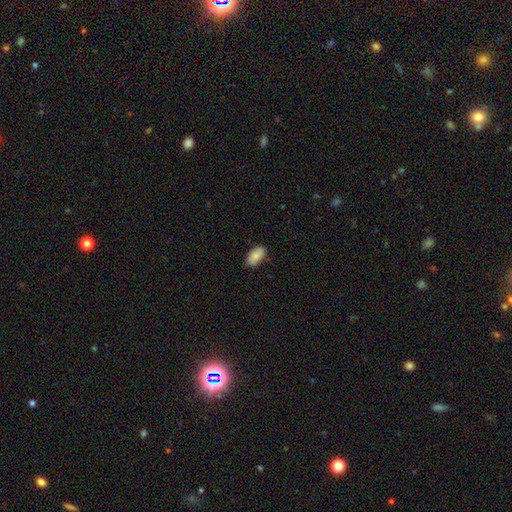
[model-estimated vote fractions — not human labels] smooth-or-featured: smooth: 85% | featured or disk: 8% | star or artifact: 7%
  how-rounded: in between: 94% | round: 4% | cigar-shaped: 2%
  merging: none: 83% | minor disturbance: 14% | major disturbance: 2% | merger: 1%